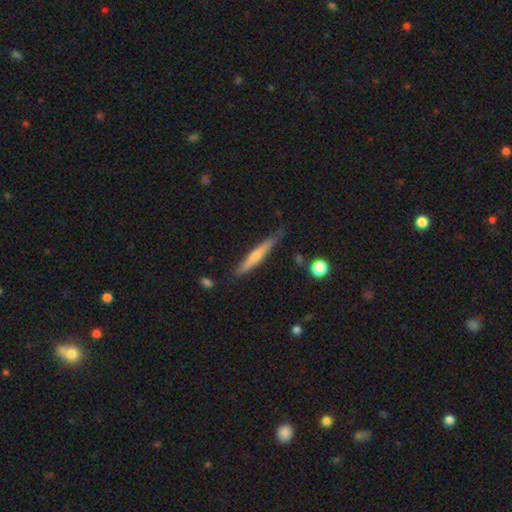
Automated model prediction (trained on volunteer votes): Smooth or featured: smooth — 47% (tied with featured or disk — 47%)
Merging: none — 81% (minor disturbance — 15%)